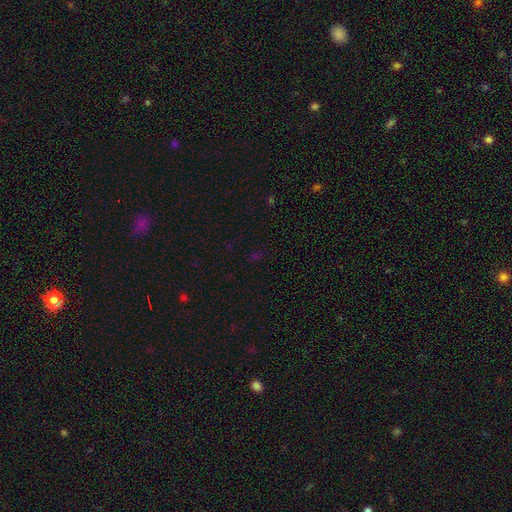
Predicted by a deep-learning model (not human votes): Overall: star or artifact (62%; smooth 31%).